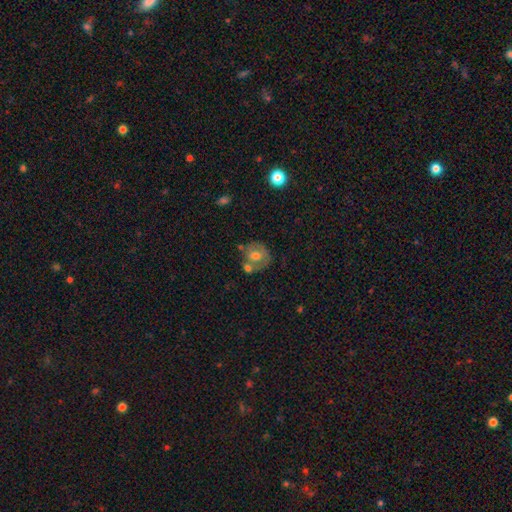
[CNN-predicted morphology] Smooth or featured? Predicted: smooth (p=0.55). How rounded? Predicted: round (p=0.78). Merging? Predicted: none (p=0.47).